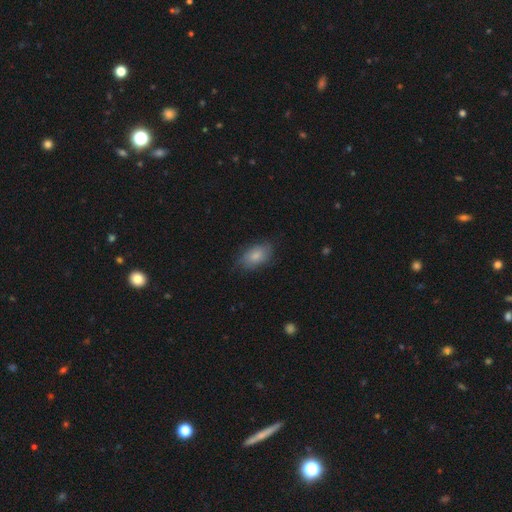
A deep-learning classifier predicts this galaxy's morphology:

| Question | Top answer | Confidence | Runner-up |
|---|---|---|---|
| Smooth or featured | smooth | 79% | featured or disk (15%) |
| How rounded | in between | 92% | round (5%) |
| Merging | none | 74% | minor disturbance (20%) |